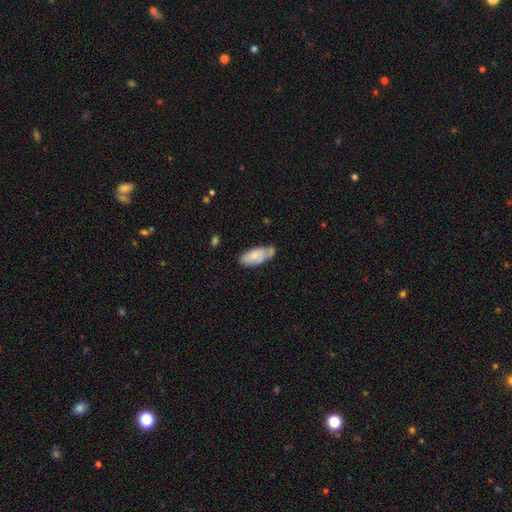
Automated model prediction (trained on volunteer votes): Morphology: type=smooth (69%); roundness=in between (88%); merging=none (48%).